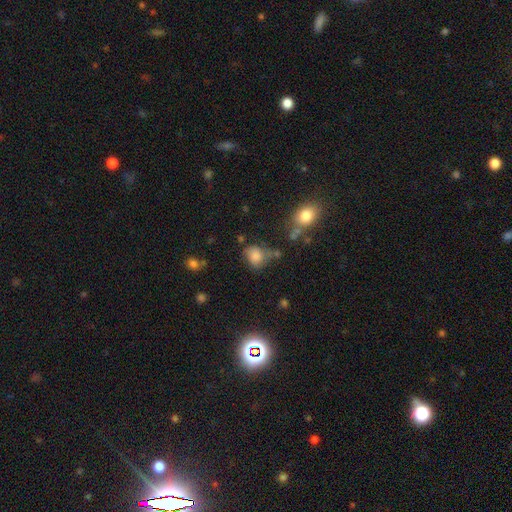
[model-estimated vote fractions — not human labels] Smooth or featured? smooth (78%)
How rounded? round (58%)
Merging? none (49%)